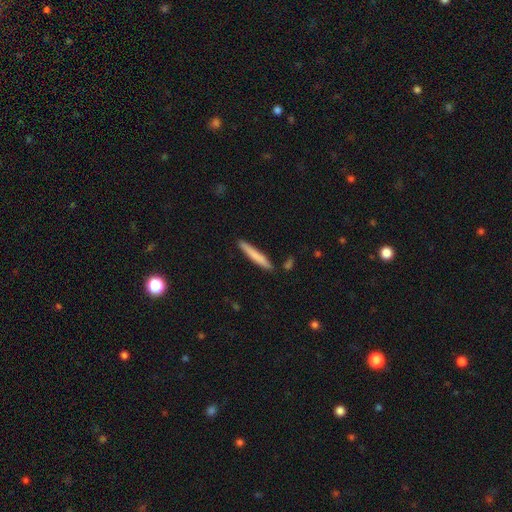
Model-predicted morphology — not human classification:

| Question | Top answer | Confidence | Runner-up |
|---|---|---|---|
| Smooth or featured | smooth | 76% | featured or disk (18%) |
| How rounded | cigar-shaped | 95% | in between (4%) |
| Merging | none | 88% | minor disturbance (8%) |